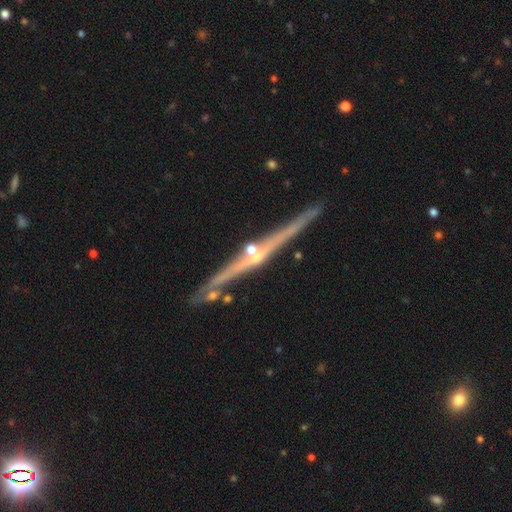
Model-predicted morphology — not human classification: type=featured or disk (79%); edge-on=yes (97%); edge-on bulge=rounded (75%); merging=none (81%).